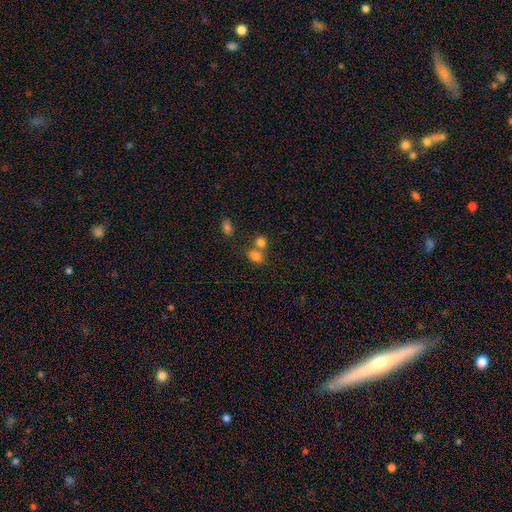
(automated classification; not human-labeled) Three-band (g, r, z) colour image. It shows a smooth galaxy with no disk features (80%) that is in between round and cigar-shaped (62%). Merging: none (46%).